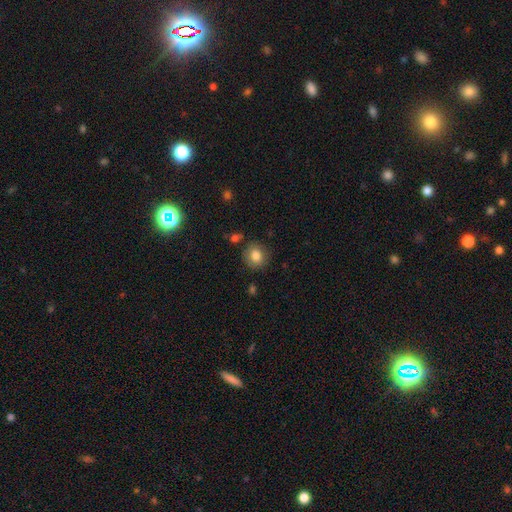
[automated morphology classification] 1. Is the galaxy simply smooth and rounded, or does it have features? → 83% smooth, 9% star or artifact, 8% featured or disk.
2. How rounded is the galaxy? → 81% round, 18% in between, 1% cigar-shaped.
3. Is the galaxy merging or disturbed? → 83% none, 11% minor disturbance, 3% major disturbance, 3% merger.